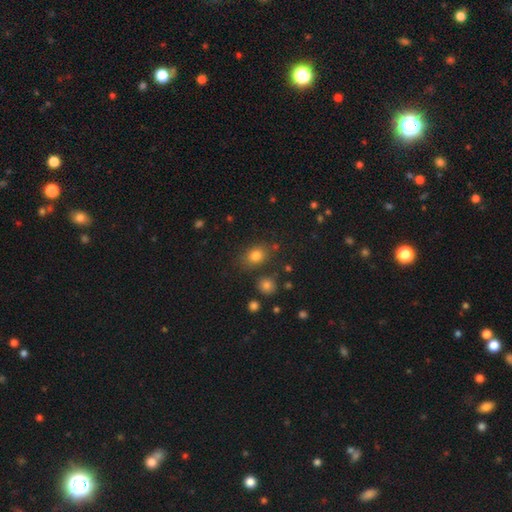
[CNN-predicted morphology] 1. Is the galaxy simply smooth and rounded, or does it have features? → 80% smooth, 13% star or artifact, 7% featured or disk.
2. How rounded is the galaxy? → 51% in between, 47% round, 1% cigar-shaped.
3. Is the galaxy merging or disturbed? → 77% none, 13% minor disturbance, 6% merger, 4% major disturbance.